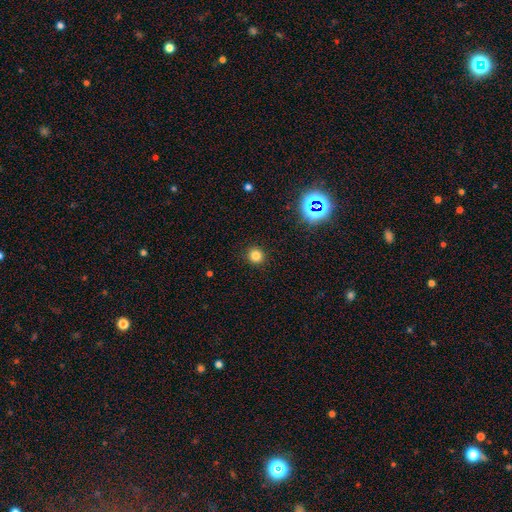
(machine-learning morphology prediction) Smooth or featured?
  - smooth: 80% *
  - star or artifact: 16%
  - featured or disk: 5%
How rounded?
  - round: 91% *
  - in between: 8%
  - cigar-shaped: 1%
Merging?
  - none: 91% *
  - minor disturbance: 5%
  - major disturbance: 2%
  - merger: 1%